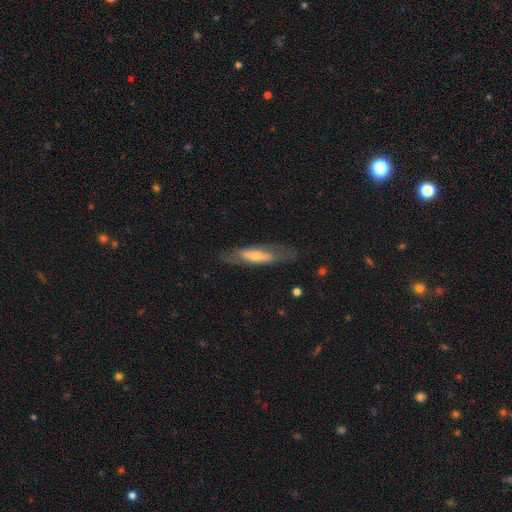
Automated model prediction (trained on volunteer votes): Q: Smooth or featured?
A: featured or disk (57%); runner-up: smooth (37%)
Q: Edge-on disk?
A: no (52%); runner-up: yes (48%)
Q: Merging?
A: none (77%); runner-up: minor disturbance (15%)